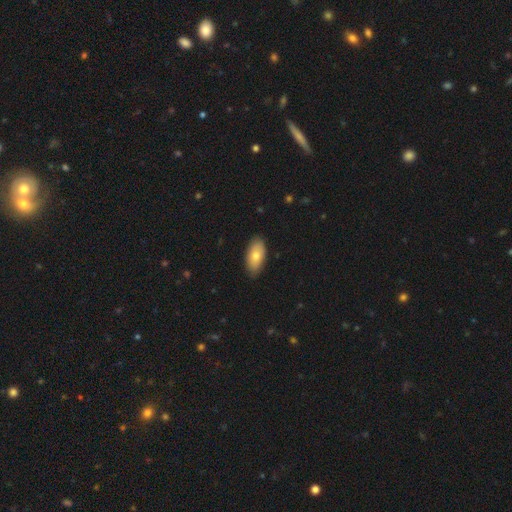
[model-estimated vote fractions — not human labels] Q: Smooth or featured?
A: smooth (76%); runner-up: featured or disk (18%)
Q: How rounded?
A: in between (92%); runner-up: cigar-shaped (5%)
Q: Merging?
A: none (86%); runner-up: minor disturbance (12%)